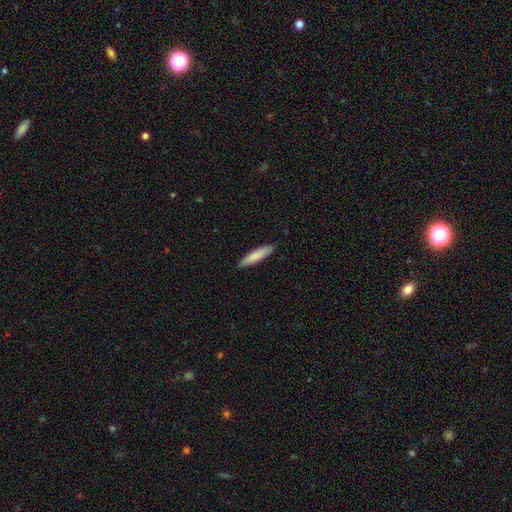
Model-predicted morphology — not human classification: Smooth or featured? smooth (82%)
How rounded? cigar-shaped (82%)
Merging? none (89%)